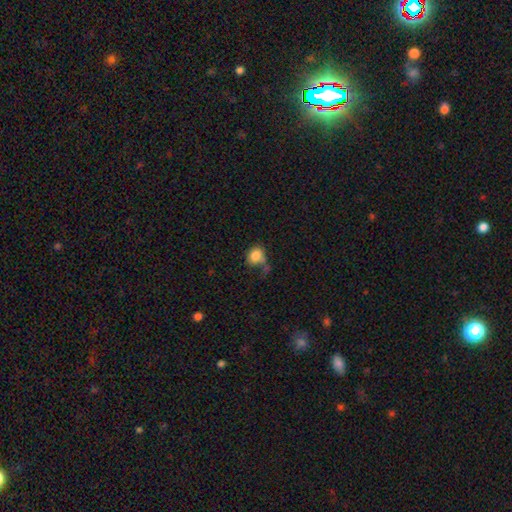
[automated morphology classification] smooth_or_featured: smooth (p=0.82) [alt: star or artifact p=0.10]
how_rounded: round (p=0.57) [alt: in between p=0.42]
merging: none (p=0.50) [alt: minor disturbance p=0.24]